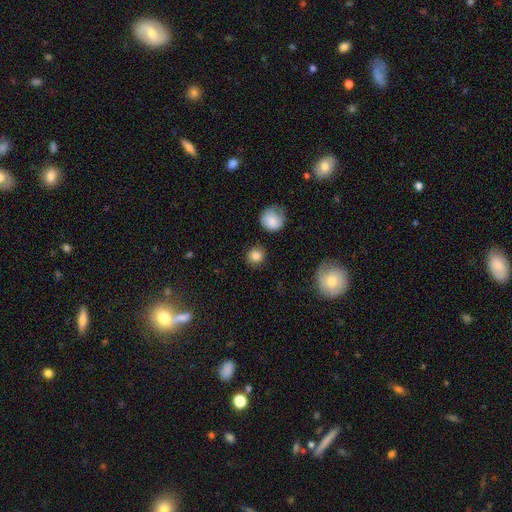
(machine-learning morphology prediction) A smooth galaxy with no disk features (84%) that is round (90%). Merging: none (86%).